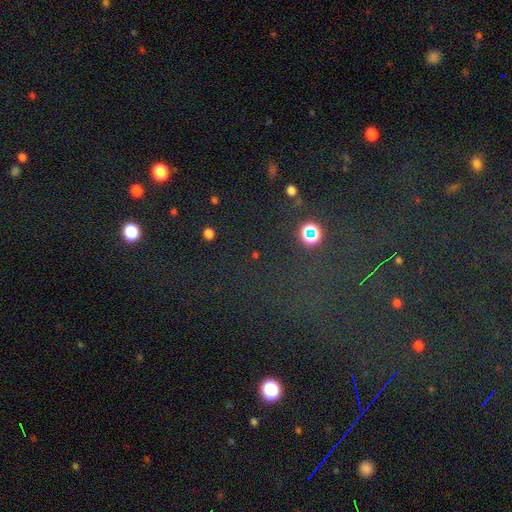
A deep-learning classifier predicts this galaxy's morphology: Smooth or featured: star or artifact — 70% (smooth — 21%)